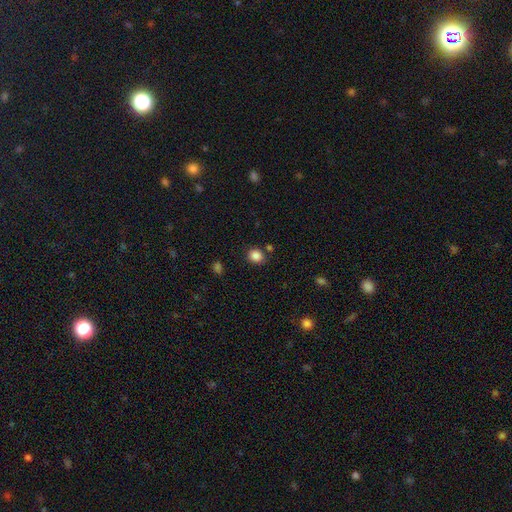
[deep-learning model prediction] smooth_or_featured: smooth (p=0.86) [alt: star or artifact p=0.11]
how_rounded: round (p=0.72) [alt: in between p=0.27]
merging: none (p=0.82) [alt: minor disturbance p=0.10]